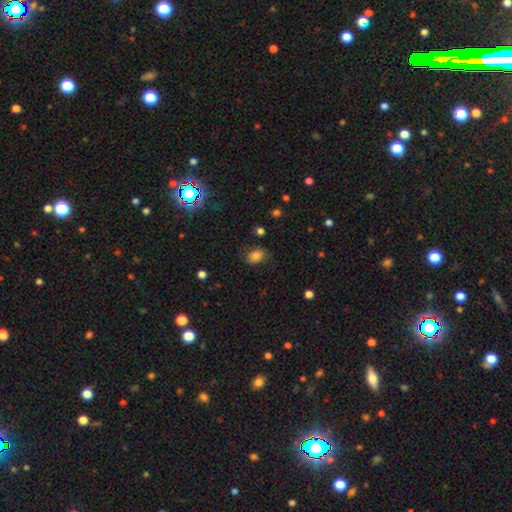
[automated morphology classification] Q: Smooth or featured?
A: smooth (74%); runner-up: featured or disk (13%)
Q: How rounded?
A: in between (70%); runner-up: round (28%)
Q: Merging?
A: none (66%); runner-up: minor disturbance (23%)